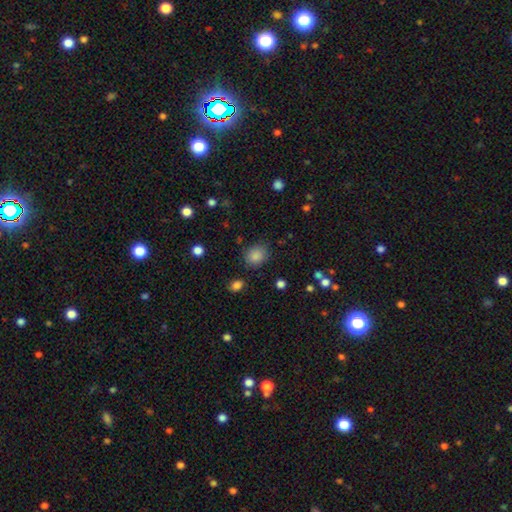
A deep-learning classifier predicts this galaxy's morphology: A smooth galaxy with no disk features (85%) that is round (69%).

Vote fractions:
- Smooth or featured? smooth: 85% / star or artifact: 11% / featured or disk: 4%
- How rounded? round: 69% / in between: 30% / cigar-shaped: 1%
- Merging? none: 79% / minor disturbance: 14% / major disturbance: 4% / merger: 2%